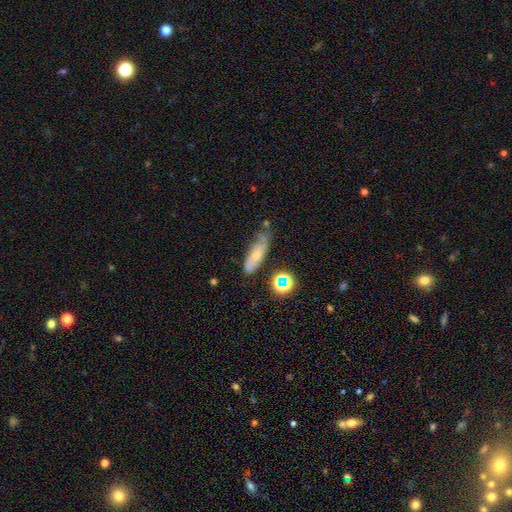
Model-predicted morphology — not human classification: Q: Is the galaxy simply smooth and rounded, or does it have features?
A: smooth — 44%.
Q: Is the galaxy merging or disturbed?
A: none — 46%.